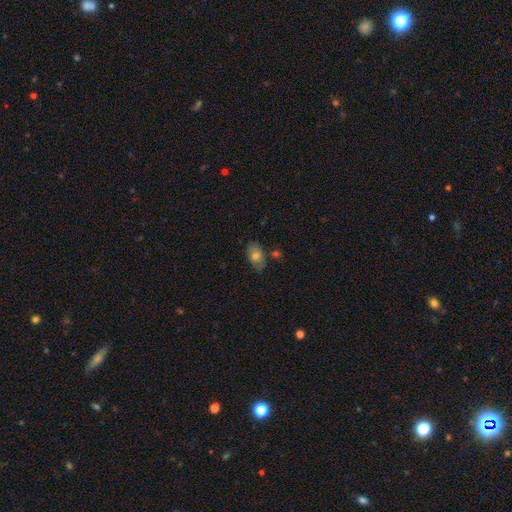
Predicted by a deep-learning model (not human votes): smooth_or_featured: smooth (p=0.71) [alt: featured or disk p=0.21]
how_rounded: in between (p=0.90) [alt: round p=0.08]
merging: none (p=0.72) [alt: minor disturbance p=0.17]